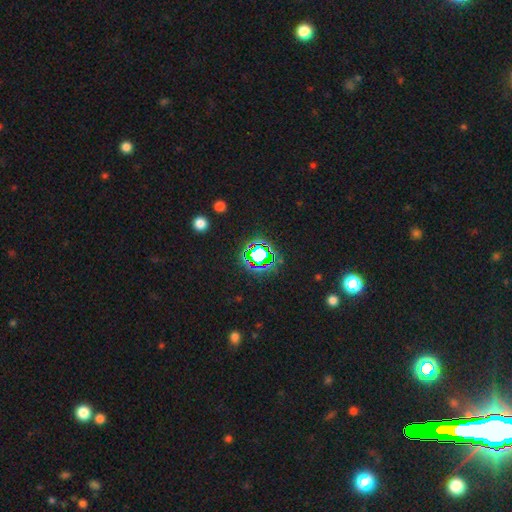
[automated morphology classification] star or artifact 71%, smooth 19%, featured or disk 11%.